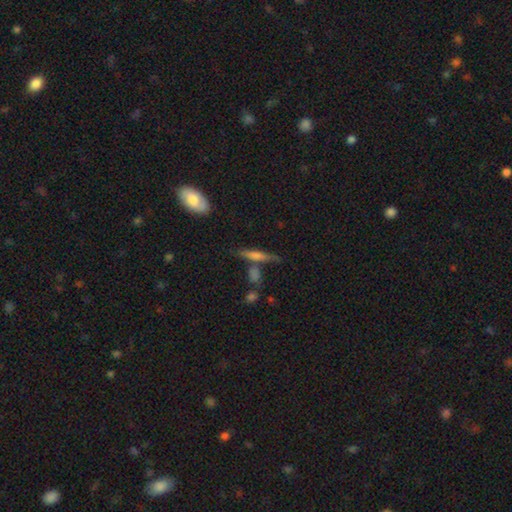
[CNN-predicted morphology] This appears to be a featured or disk galaxy (49%). Merging: none (71%).